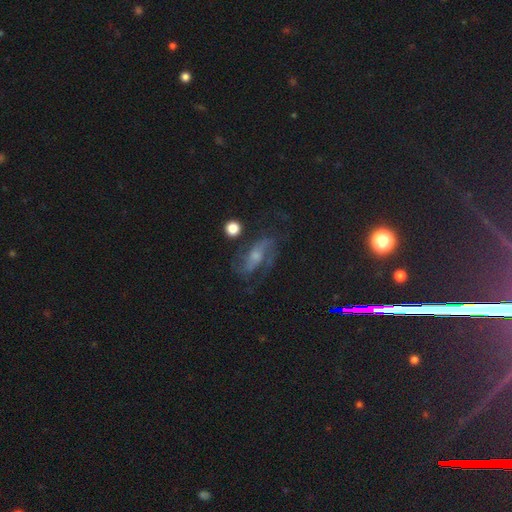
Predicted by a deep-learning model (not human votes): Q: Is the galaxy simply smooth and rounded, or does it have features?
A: featured or disk — 66%.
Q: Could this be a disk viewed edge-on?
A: no — 90%.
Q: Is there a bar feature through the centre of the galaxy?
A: no — 43%.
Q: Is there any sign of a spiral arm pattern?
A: yes — 88%.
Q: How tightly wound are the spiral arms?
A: medium — 47%.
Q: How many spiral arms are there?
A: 2 — 71%.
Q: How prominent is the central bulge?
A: small — 45%.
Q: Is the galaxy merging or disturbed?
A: none — 58%.